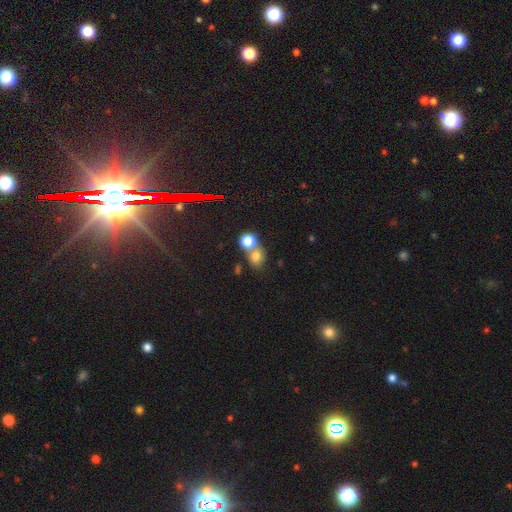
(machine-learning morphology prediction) smooth-or-featured: smooth: 76% | star or artifact: 14% | featured or disk: 10%
  how-rounded: round: 67% | in between: 32% | cigar-shaped: 1%
  merging: merger: 49% | none: 39% | minor disturbance: 8% | major disturbance: 4%